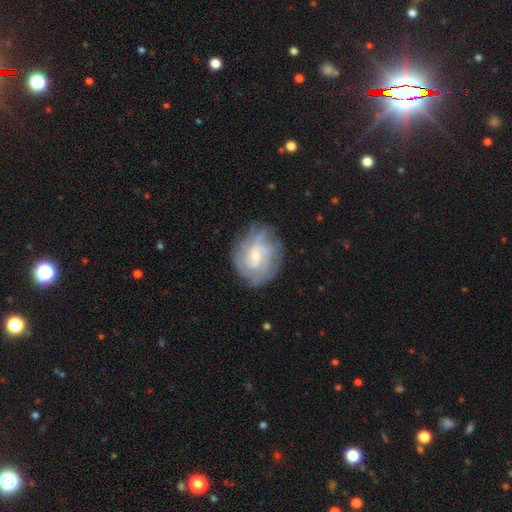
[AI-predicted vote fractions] featured or disk 69%, smooth 22%, star or artifact 8%. Down the decision tree: edge-on disk — no (97%); bar — no (49%); spiral arms — yes (86%); spiral arm count — can't tell (48%); spiral winding — tight (58%); bulge size — small (41%); merging — none (71%).